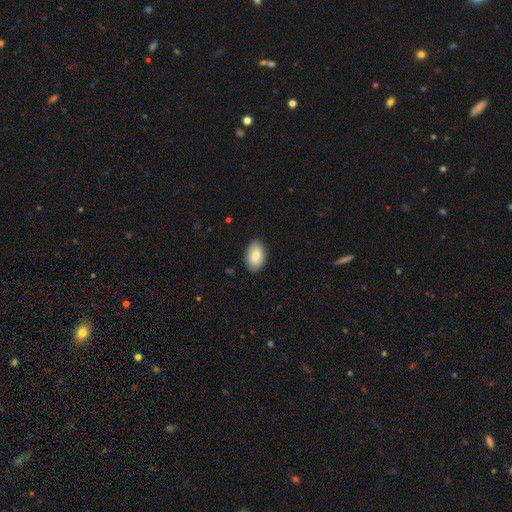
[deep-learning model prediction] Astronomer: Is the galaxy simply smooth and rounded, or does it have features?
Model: smooth — 78%.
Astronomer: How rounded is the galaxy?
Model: in between — 92%.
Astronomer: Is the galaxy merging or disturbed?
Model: none — 85%.